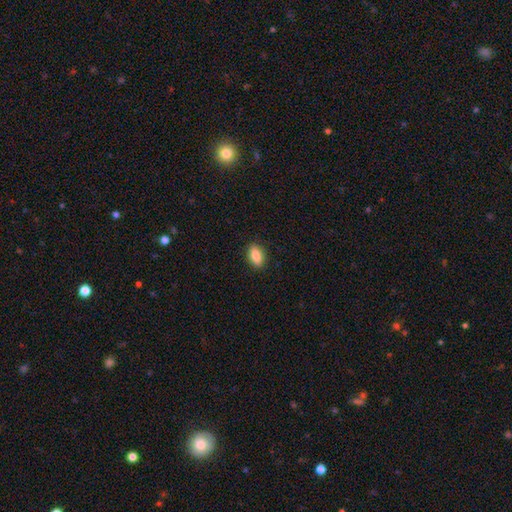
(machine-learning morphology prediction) This is clearly a smooth galaxy (85%). How rounded: clearly in between (86%). Merging: clearly none (88%).